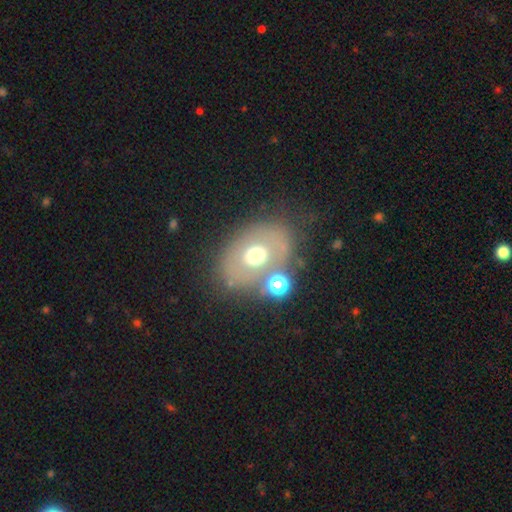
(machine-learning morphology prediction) type=smooth (52%); roundness=in between (64%); merging=none (66%).